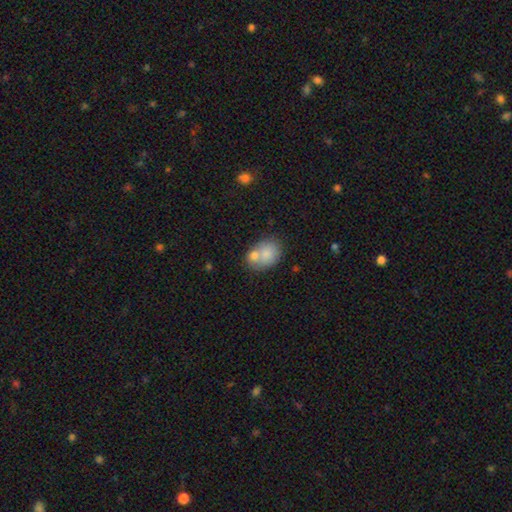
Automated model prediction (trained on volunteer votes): A smooth galaxy with no disk features (68%) that is round (54%).

Vote fractions:
- Smooth or featured? smooth: 68% / star or artifact: 17% / featured or disk: 15%
- How rounded? round: 54% / in between: 44% / cigar-shaped: 2%
- Merging? none: 52% / merger: 33% / minor disturbance: 11% / major disturbance: 5%